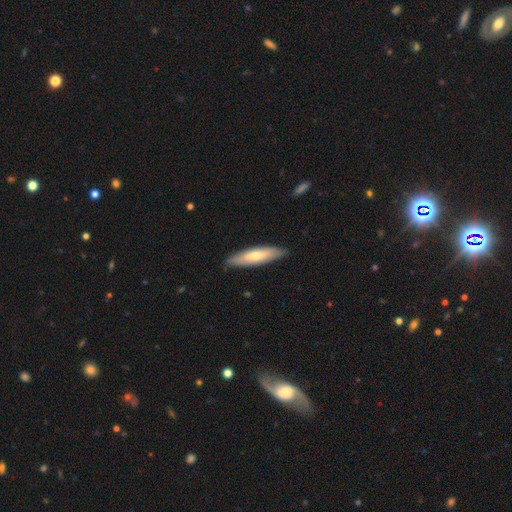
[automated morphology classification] smooth-or-featured: smooth: 67% | featured or disk: 28% | star or artifact: 5%
  how-rounded: cigar-shaped: 73% | in between: 25% | round: 1%
  merging: none: 86% | minor disturbance: 11% | major disturbance: 2% | merger: 1%